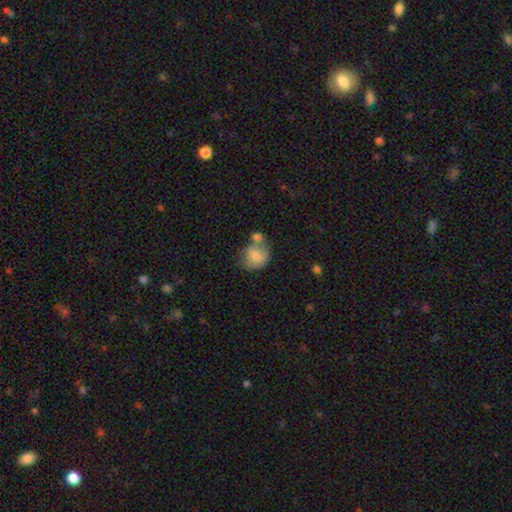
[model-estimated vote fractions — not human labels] Smooth or featured? Predicted: smooth (p=0.75). How rounded? Predicted: round (p=0.65). Merging? Predicted: merger (p=0.37).